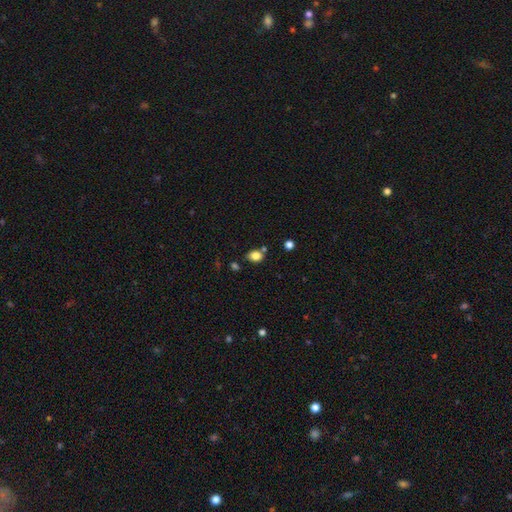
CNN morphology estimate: Smooth or featured? smooth (83%)
How rounded? in between (57%)
Merging? none (73%)